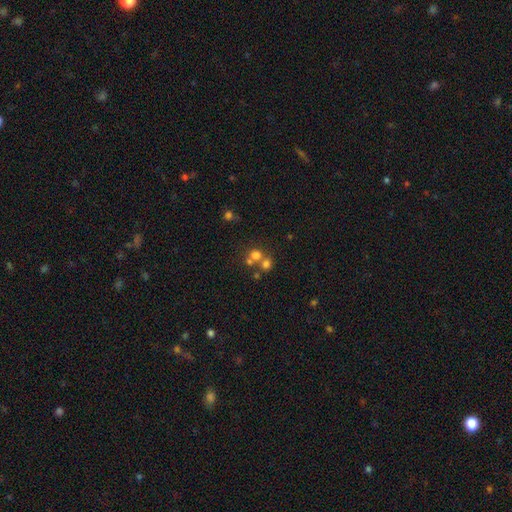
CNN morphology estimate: Smooth or featured? smooth (67%)
How rounded? round (86%)
Merging? none (46%)